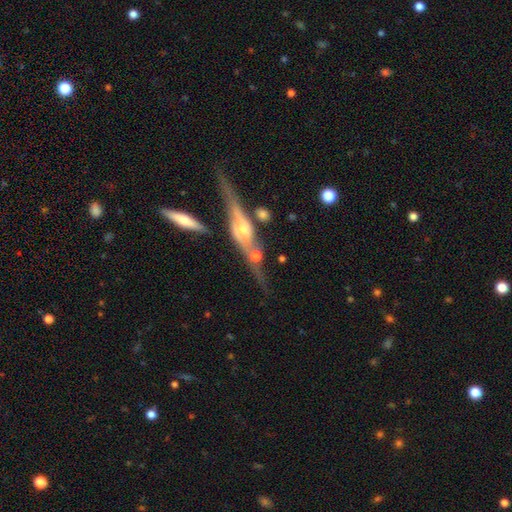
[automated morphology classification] smooth-or-featured: featured or disk: 66% | smooth: 25% | star or artifact: 10%
  disk-edge-on: yes: 83% | no: 17%
    edge-on-bulge: rounded: 89% | boxy: 6% | none: 4%
  merging: none: 54% | merger: 24% | minor disturbance: 14% | major disturbance: 8%